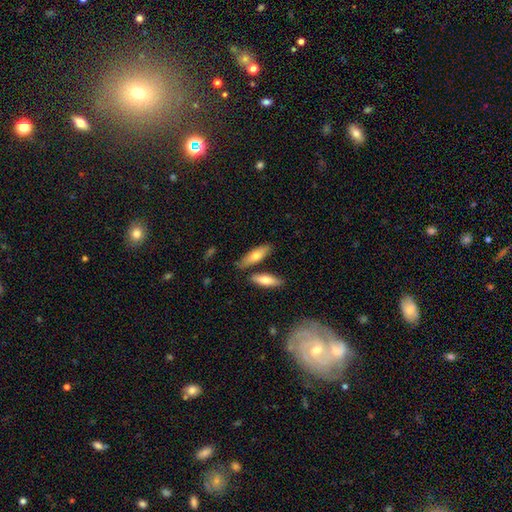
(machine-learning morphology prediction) This is likely a smooth galaxy (69%). How rounded: possibly in between (49%, tied with cigar-shaped). Merging: likely none (71%).